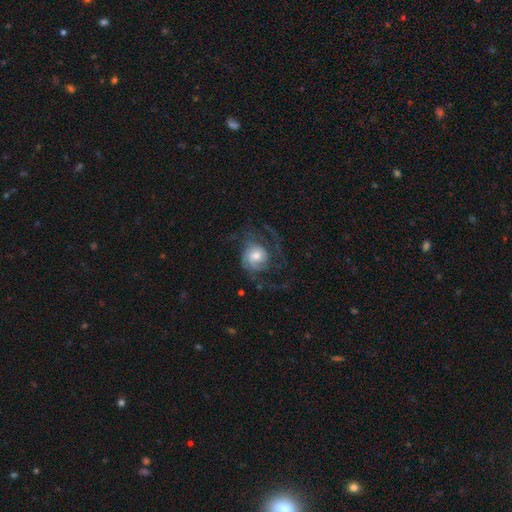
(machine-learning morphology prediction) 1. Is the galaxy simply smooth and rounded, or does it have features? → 76% featured or disk, 17% smooth, 7% star or artifact.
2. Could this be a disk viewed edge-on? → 98% no, 2% yes.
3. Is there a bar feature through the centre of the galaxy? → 67% no, 28% weak, 5% strong.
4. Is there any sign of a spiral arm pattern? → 91% yes, 9% no.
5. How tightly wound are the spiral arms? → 43% medium, 30% tight, 27% loose.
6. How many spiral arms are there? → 29% 2, 24% 3, 22% can't tell, 12% 1, 8% 4, 6% more than 4.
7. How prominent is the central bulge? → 58% moderate, 24% small, 14% large, 2% none, 2% dominant.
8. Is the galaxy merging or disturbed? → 51% none, 31% major disturbance, 16% minor disturbance, 2% merger.